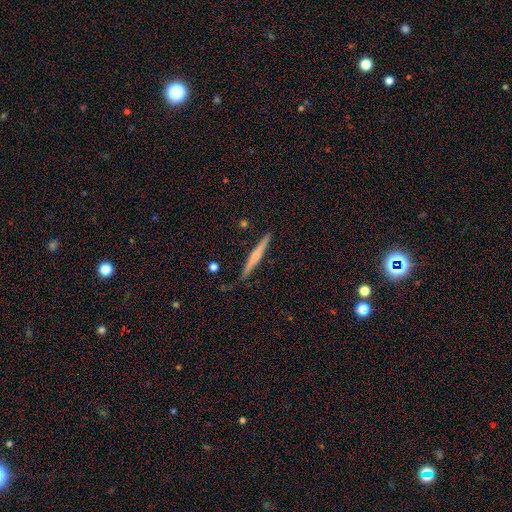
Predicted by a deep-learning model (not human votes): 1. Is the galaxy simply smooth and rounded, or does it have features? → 51% featured or disk, 43% smooth, 6% star or artifact.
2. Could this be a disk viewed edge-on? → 97% yes, 3% no.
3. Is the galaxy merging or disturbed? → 84% none, 12% minor disturbance, 2% major disturbance, 2% merger.